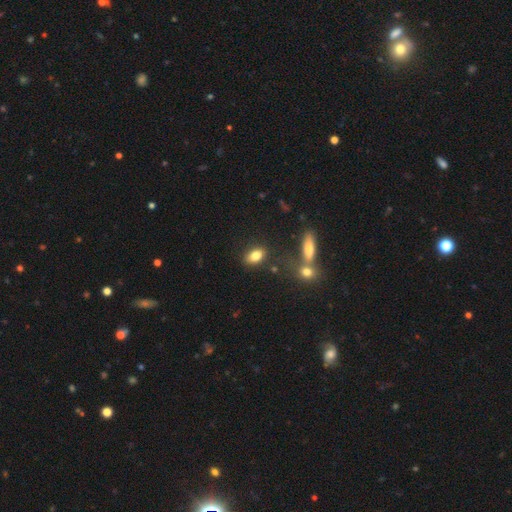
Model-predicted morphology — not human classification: Q: Smooth or featured?
A: smooth (82%); runner-up: featured or disk (10%)
Q: How rounded?
A: in between (83%); runner-up: round (13%)
Q: Merging?
A: none (76%); runner-up: minor disturbance (12%)